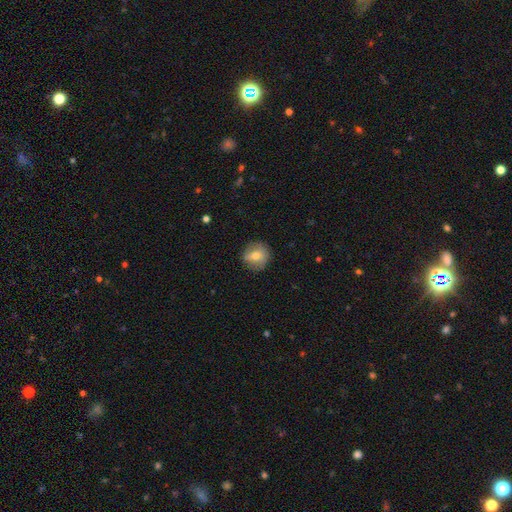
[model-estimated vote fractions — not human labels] The model was most divided on "smooth or featured": smooth: 63%, featured or disk: 28%, star or artifact: 9%. More confident: how rounded — round (88%); merging — none (82%).